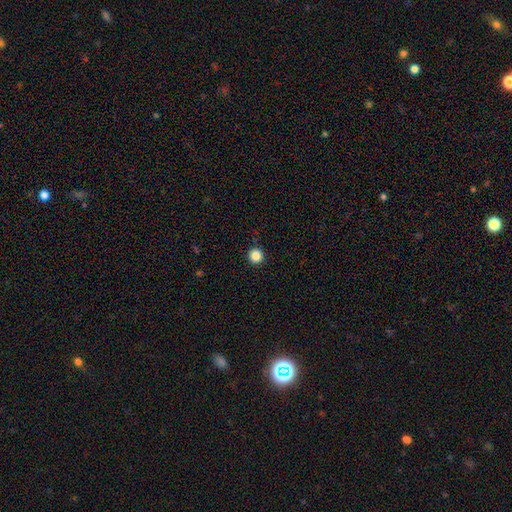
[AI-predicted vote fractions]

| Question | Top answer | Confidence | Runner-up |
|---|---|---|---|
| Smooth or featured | smooth | 86% | star or artifact (11%) |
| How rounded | round | 96% | in between (3%) |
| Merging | none | 93% | minor disturbance (4%) |